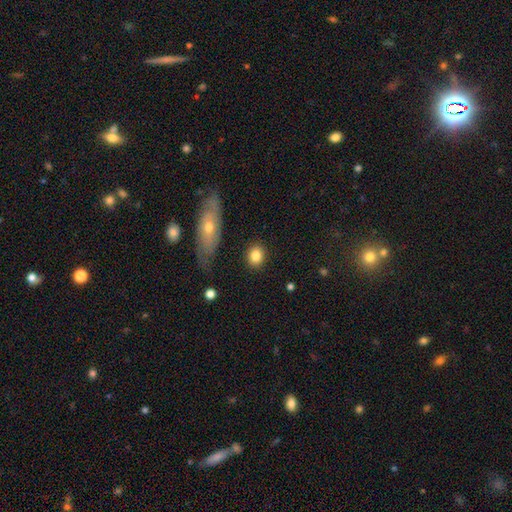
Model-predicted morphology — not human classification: smooth-or-featured: smooth: 84% | star or artifact: 8% | featured or disk: 8%
  how-rounded: round: 61% | in between: 37% | cigar-shaped: 2%
  merging: none: 87% | minor disturbance: 8% | major disturbance: 3% | merger: 3%